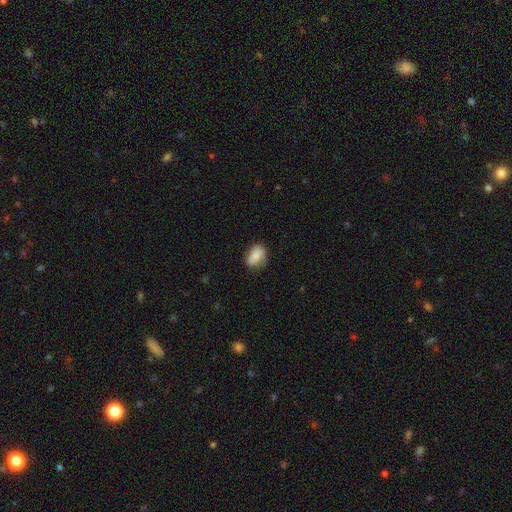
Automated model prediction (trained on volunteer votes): A smooth galaxy with no disk features (82%) that is in between round and cigar-shaped (80%). Merging: none (64%).